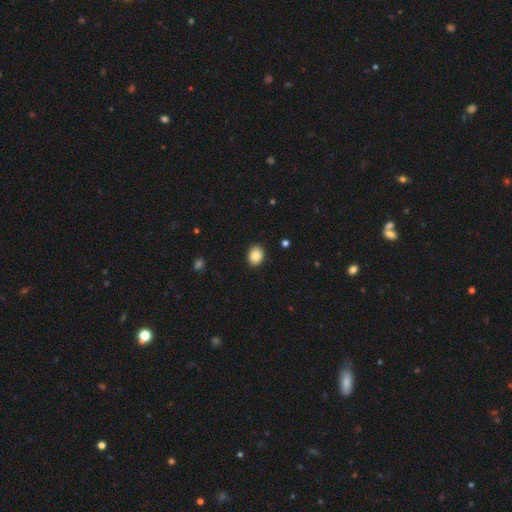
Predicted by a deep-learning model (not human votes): smooth-or-featured: smooth: 87% | star or artifact: 8% | featured or disk: 5%
  how-rounded: in between: 52% | round: 47% | cigar-shaped: 1%
  merging: none: 90% | minor disturbance: 7% | major disturbance: 2% | merger: 1%